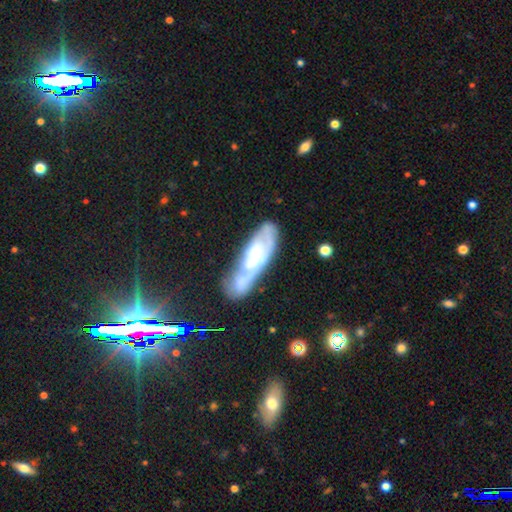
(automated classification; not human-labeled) Overall: featured or disk (62%; smooth 32%). Edge-on disk: no (80%). Merging: none (38%; minor disturbance 25%).